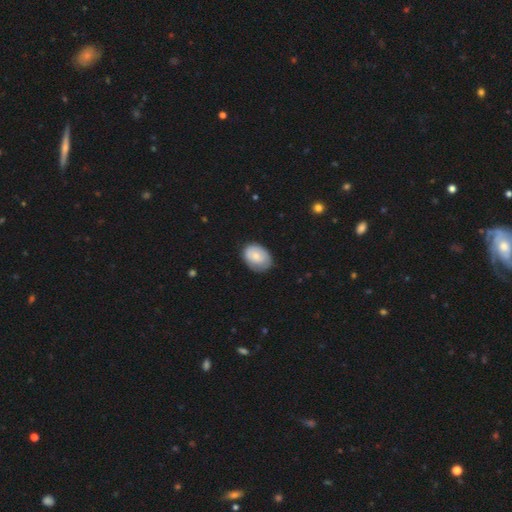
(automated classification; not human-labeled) This is likely a smooth galaxy (72%). How rounded: likely in between (74%). Merging: likely none (71%).